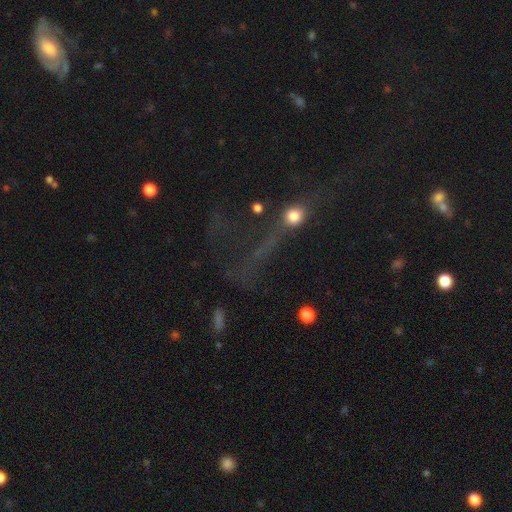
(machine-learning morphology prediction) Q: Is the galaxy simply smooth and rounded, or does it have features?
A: star or artifact — 52%.